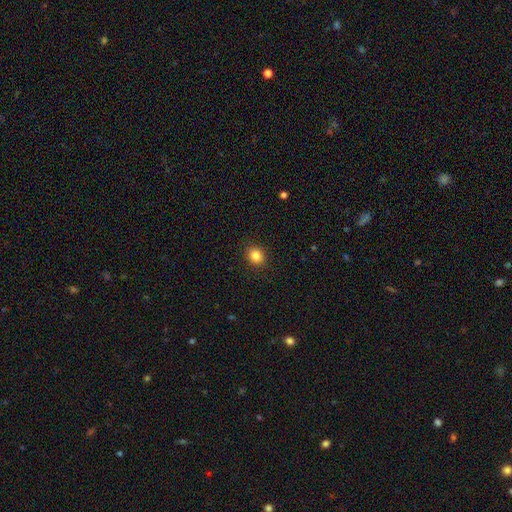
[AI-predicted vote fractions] A smooth galaxy with no disk features (84%) that is round (76%). Merging: none (91%).